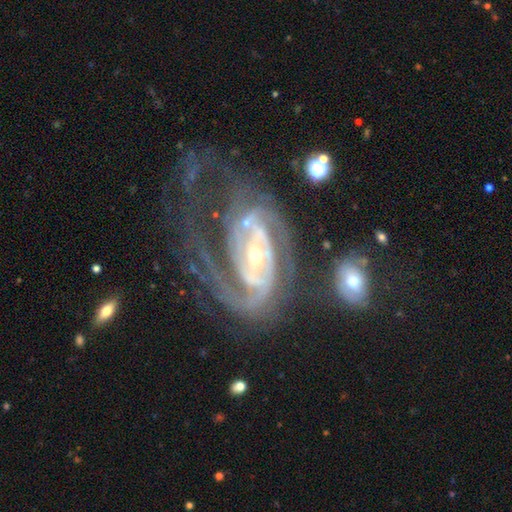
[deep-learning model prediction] Overall: featured or disk (91%). Edge-on disk: no (97%). Bar: no (40%; weak 33%). Spiral arms: yes (97%). Spiral arm count: 2 (46%; 3 18%). Spiral winding: tight (48%; medium 40%). Bulge size: small (54%; moderate 41%). Merging: major disturbance (40%; none 32%).